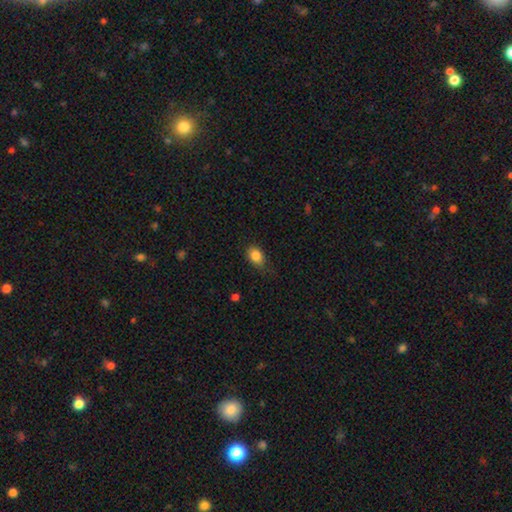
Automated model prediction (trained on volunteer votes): Morphology: type=smooth (85%); roundness=in between (75%); merging=none (70%).